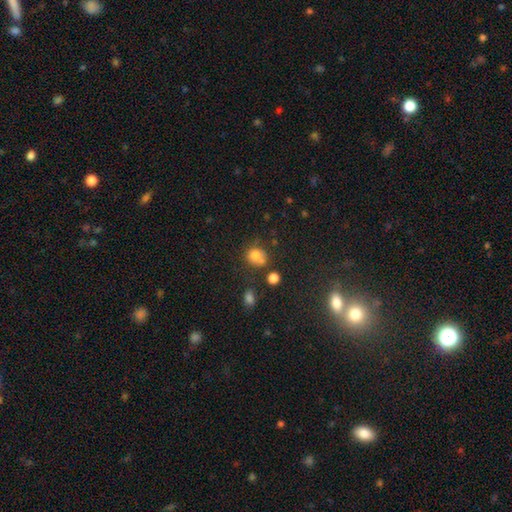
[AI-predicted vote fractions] Smooth or featured: smooth — 77% (star or artifact — 13%)
How rounded: round — 70% (in between — 29%)
Merging: none — 50% (minor disturbance — 23%)